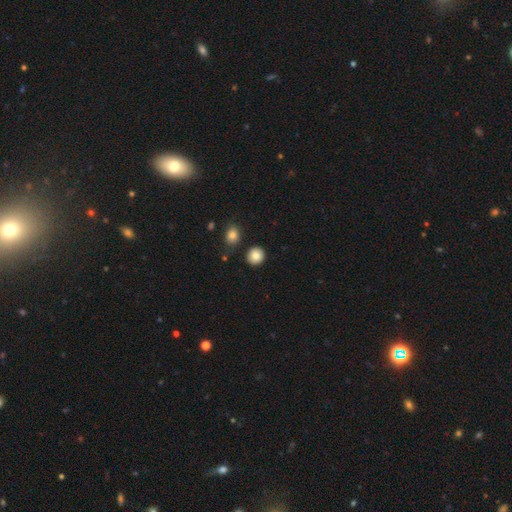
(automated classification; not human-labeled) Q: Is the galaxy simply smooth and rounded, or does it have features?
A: smooth — 84%.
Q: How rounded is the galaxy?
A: round — 89%.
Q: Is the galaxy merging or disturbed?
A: none — 89%.